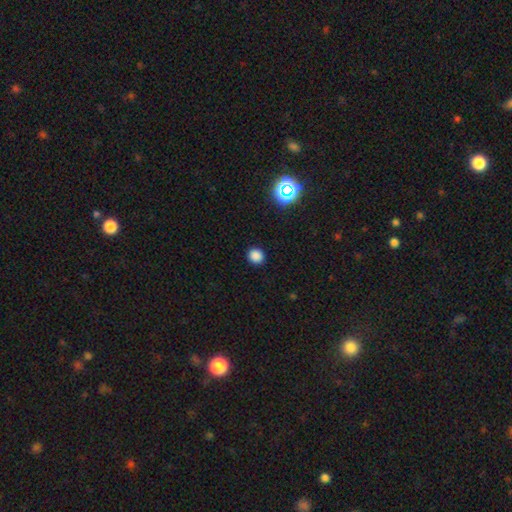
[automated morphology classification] Overall: smooth (83%). How rounded: round (85%). Merging: none (91%).